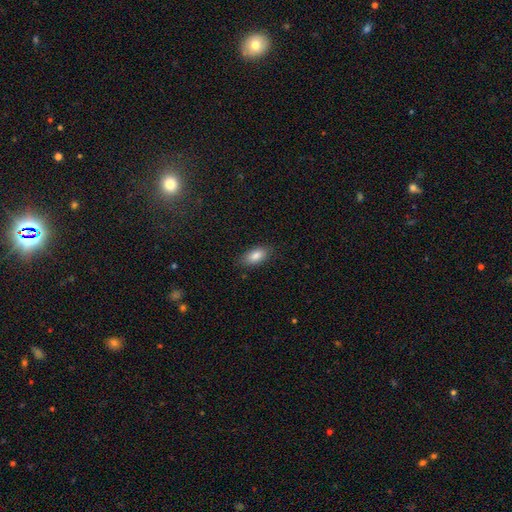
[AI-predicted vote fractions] Smooth or featured?
  - smooth: 85% *
  - featured or disk: 8%
  - star or artifact: 7%
How rounded?
  - in between: 90% *
  - cigar-shaped: 7%
  - round: 3%
Merging?
  - none: 85% *
  - minor disturbance: 12%
  - major disturbance: 3%
  - merger: 1%